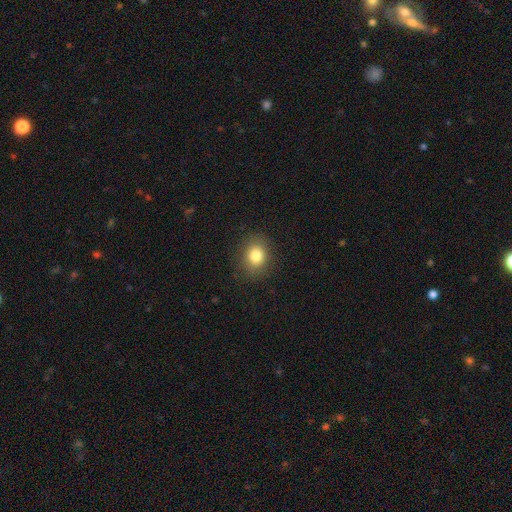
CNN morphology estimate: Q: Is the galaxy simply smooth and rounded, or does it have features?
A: smooth — 81%.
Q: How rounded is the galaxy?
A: round — 56%.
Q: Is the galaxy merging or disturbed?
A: none — 87%.